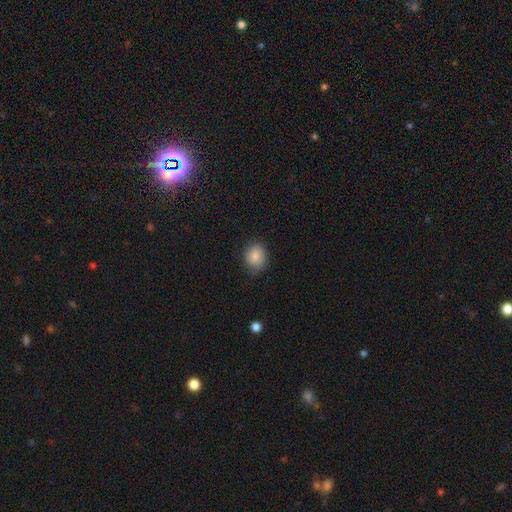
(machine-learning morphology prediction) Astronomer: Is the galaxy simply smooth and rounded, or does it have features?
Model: smooth — 85%.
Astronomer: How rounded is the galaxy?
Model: round — 58% (runner-up: in between, 41%).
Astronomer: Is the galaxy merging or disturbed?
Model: none — 78%.